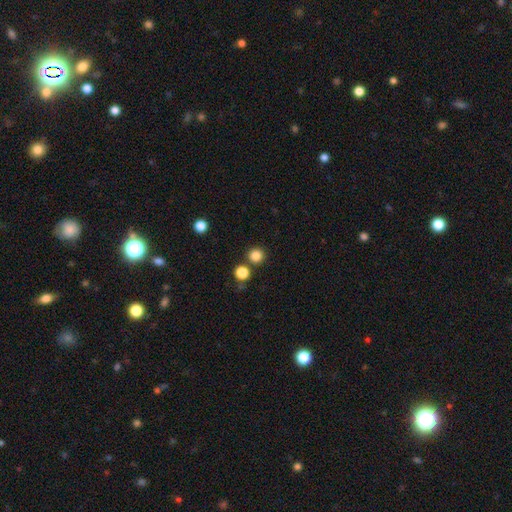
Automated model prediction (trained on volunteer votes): This appears to be a smooth galaxy with no disk features (83%) that is round (94%). Merging: none (84%).